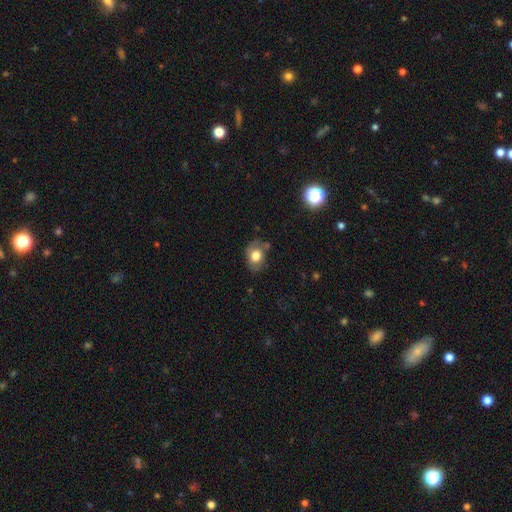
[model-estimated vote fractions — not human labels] Smooth or featured: smooth — 75% (featured or disk — 16%)
How rounded: in between — 62% (round — 37%)
Merging: none — 62% (minor disturbance — 25%)